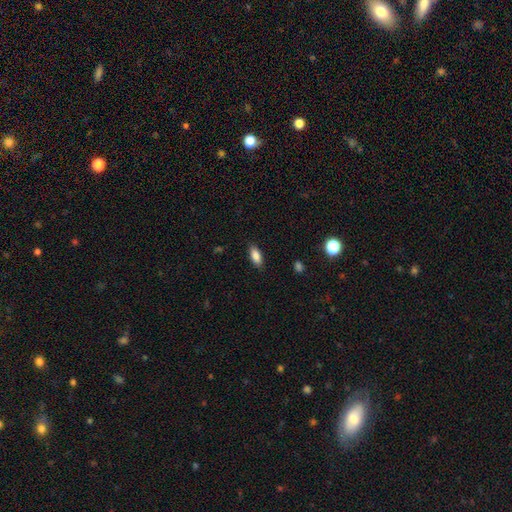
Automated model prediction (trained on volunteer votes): Smooth or featured?
  - smooth: 87% *
  - star or artifact: 8%
  - featured or disk: 5%
How rounded?
  - in between: 85% *
  - cigar-shaped: 13%
  - round: 3%
Merging?
  - none: 87% *
  - minor disturbance: 10%
  - major disturbance: 2%
  - merger: 1%